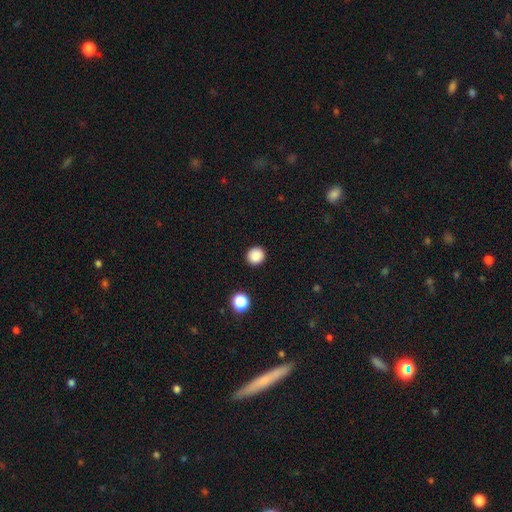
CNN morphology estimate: A smooth galaxy with no disk features (87%) that is round (91%). Merging: none (92%).